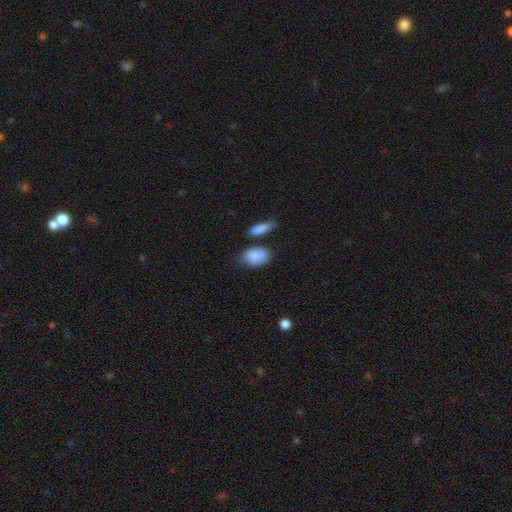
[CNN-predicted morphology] smooth_or_featured: smooth (p=0.85) [alt: featured or disk p=0.09]
how_rounded: in between (p=0.85) [alt: round p=0.12]
merging: none (p=0.50) [alt: minor disturbance p=0.25]